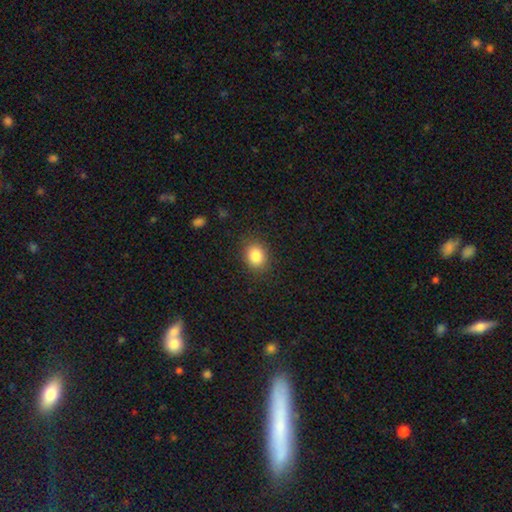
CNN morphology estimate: Q: Smooth or featured?
A: smooth (85%); runner-up: star or artifact (10%)
Q: How rounded?
A: round (56%); runner-up: in between (43%)
Q: Merging?
A: none (87%); runner-up: minor disturbance (9%)